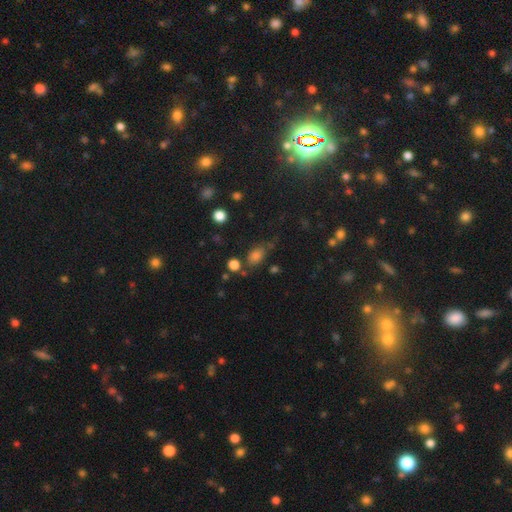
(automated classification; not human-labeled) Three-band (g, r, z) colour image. It shows a smooth galaxy with no disk features (74%) that is in between round and cigar-shaped (75%). Merging: none (63%).